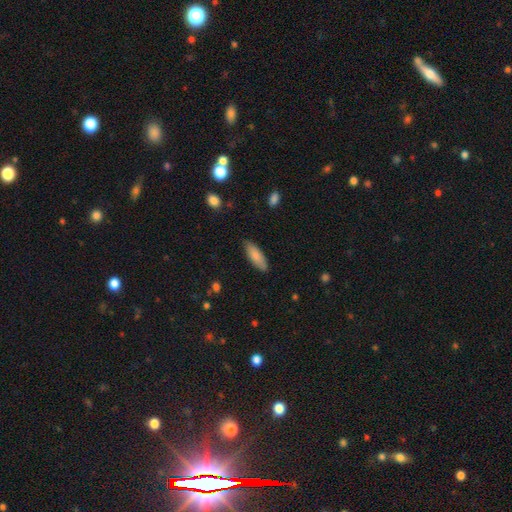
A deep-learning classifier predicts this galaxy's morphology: smooth-or-featured: smooth: 82% | featured or disk: 12% | star or artifact: 6%
  how-rounded: in between: 62% | cigar-shaped: 36% | round: 2%
  merging: none: 84% | minor disturbance: 12% | major disturbance: 2% | merger: 1%